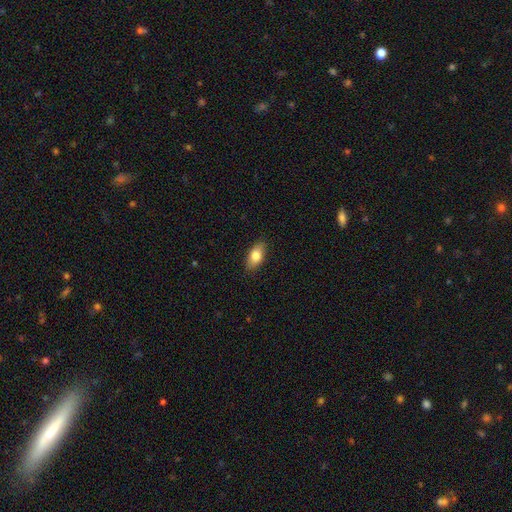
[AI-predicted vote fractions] A smooth galaxy with no disk features (80%) that is in between round and cigar-shaped (88%). Merging: none (87%).